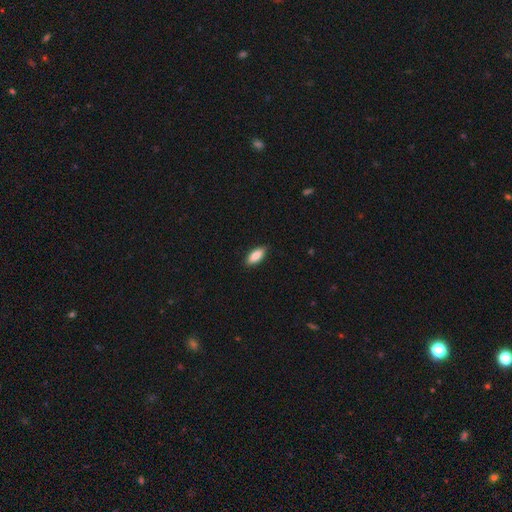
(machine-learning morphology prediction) smooth 88%, featured or disk 7%, star or artifact 6%. Down the decision tree: how rounded — in between (84%); merging — none (88%).